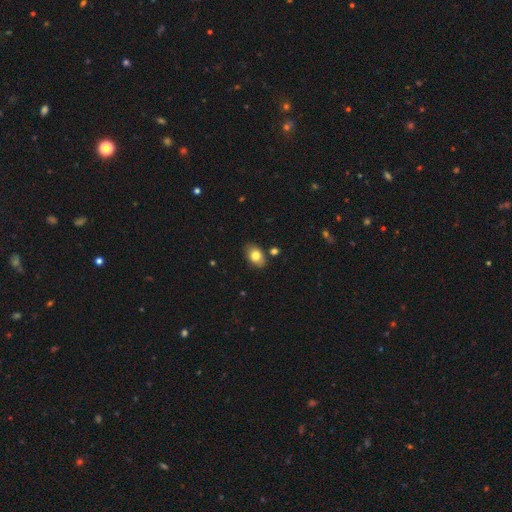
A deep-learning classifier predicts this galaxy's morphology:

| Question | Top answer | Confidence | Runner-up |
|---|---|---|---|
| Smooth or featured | smooth | 80% | featured or disk (12%) |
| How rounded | in between | 83% | round (16%) |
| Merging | none | 82% | minor disturbance (12%) |